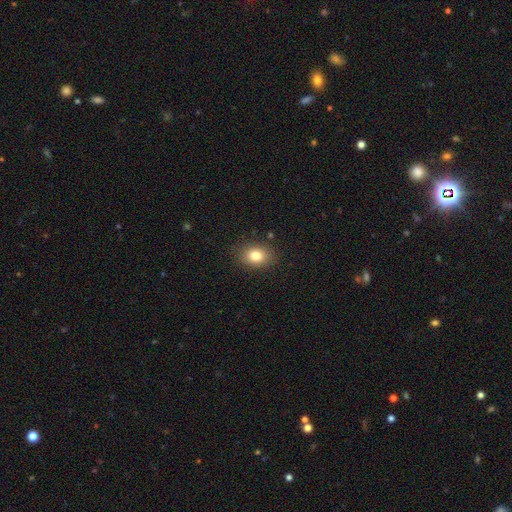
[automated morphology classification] Overall: smooth (81%). How rounded: in between (64%; round 35%). Merging: none (86%).